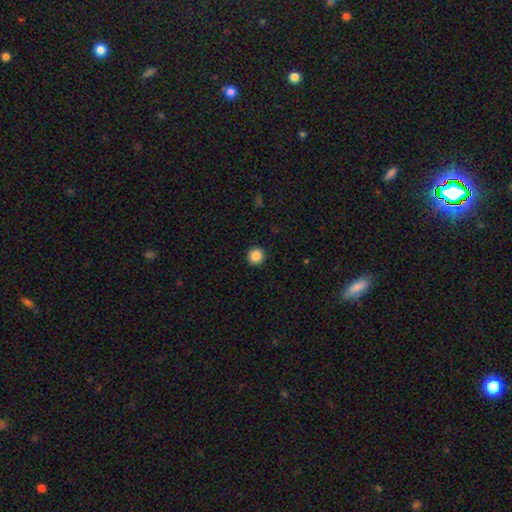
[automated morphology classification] A smooth galaxy with no disk features (87%) that is round (95%).

Vote fractions:
- Smooth or featured? smooth: 87% / star or artifact: 10% / featured or disk: 3%
- How rounded? round: 95% / in between: 4% / cigar-shaped: 1%
- Merging? none: 93% / minor disturbance: 5% / major disturbance: 2% / merger: 1%